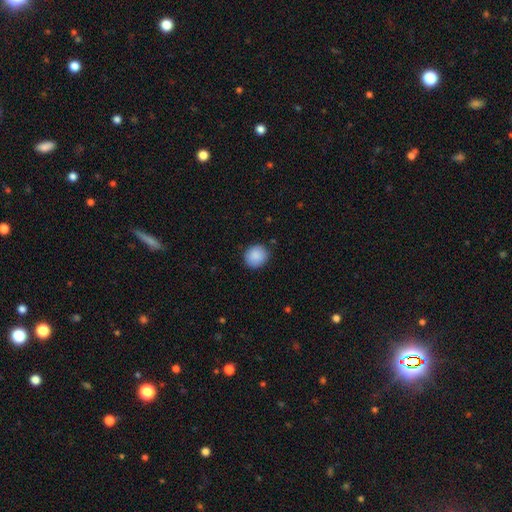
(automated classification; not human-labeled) Smooth or featured? smooth (89%)
How rounded? round (80%)
Merging? none (86%)